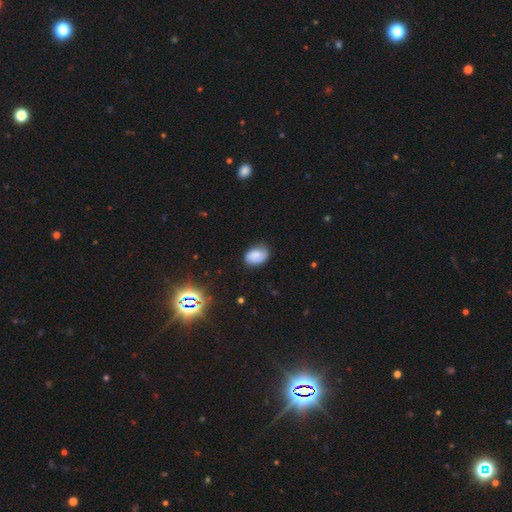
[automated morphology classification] A smooth galaxy with no disk features (74%) that is in between round and cigar-shaped (80%).

Vote fractions:
- Smooth or featured? smooth: 74% / featured or disk: 16% / star or artifact: 10%
- How rounded? in between: 80% / round: 19% / cigar-shaped: 1%
- Merging? none: 72% / minor disturbance: 22% / major disturbance: 4% / merger: 1%